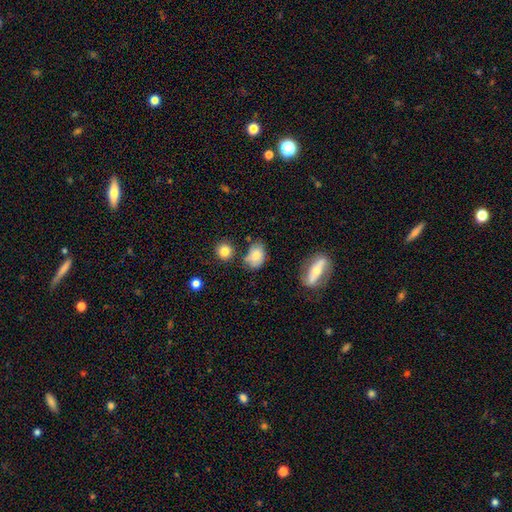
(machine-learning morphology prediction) This appears to be a smooth galaxy with no disk features (74%) that is in between round and cigar-shaped (74%). Merging: none (60%).